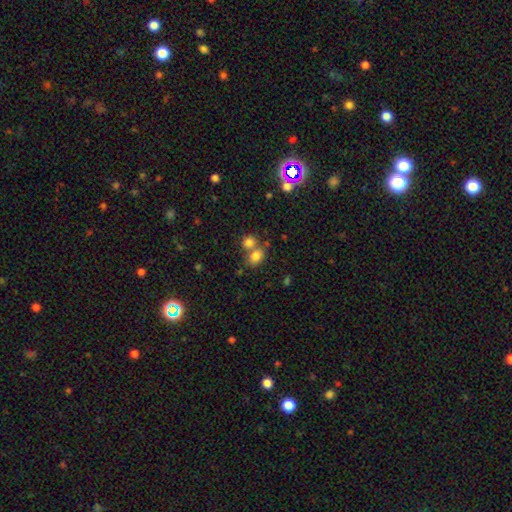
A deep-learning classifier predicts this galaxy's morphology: This is likely a smooth galaxy (80%). How rounded: possibly in between (56%). Merging: possibly none (45%).